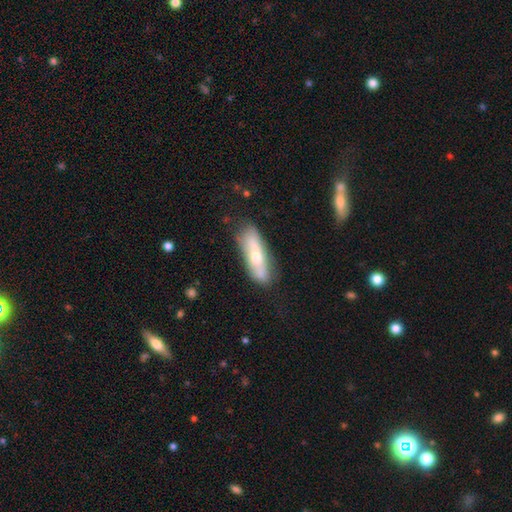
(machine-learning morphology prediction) type=smooth (52%); roundness=cigar-shaped (56%); merging=none (72%).